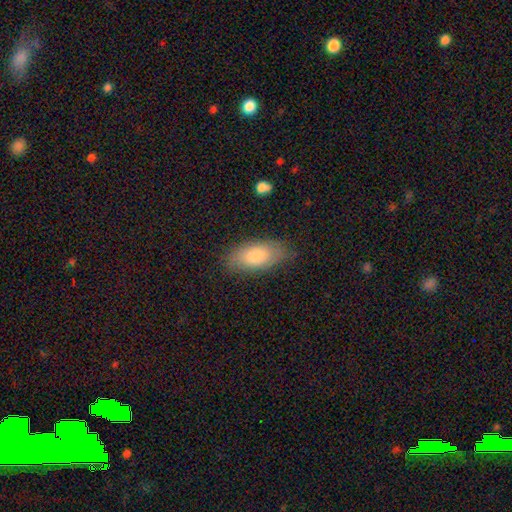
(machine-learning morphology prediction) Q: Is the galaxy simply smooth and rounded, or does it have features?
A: smooth — 81%.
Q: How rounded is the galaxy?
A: in between — 88%.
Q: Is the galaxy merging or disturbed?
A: none — 82%.